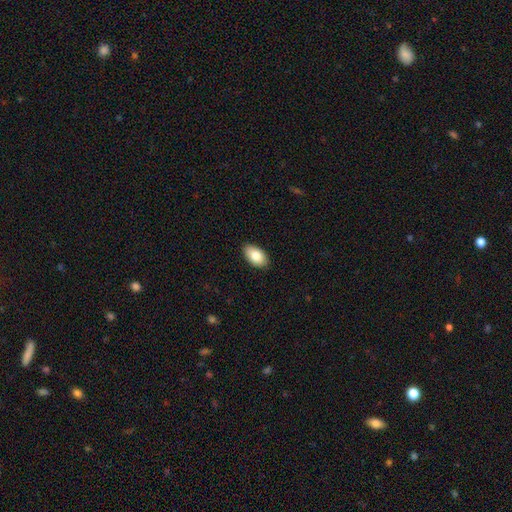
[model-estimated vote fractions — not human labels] A smooth galaxy with no disk features (84%) that is in between round and cigar-shaped (94%). Merging: none (88%).